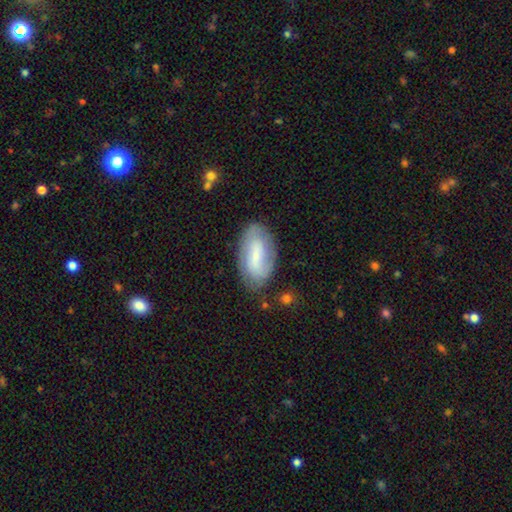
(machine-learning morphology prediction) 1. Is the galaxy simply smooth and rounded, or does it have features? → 48% featured or disk, 45% smooth, 7% star or artifact.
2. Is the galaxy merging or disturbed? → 73% none, 19% minor disturbance, 6% major disturbance, 2% merger.